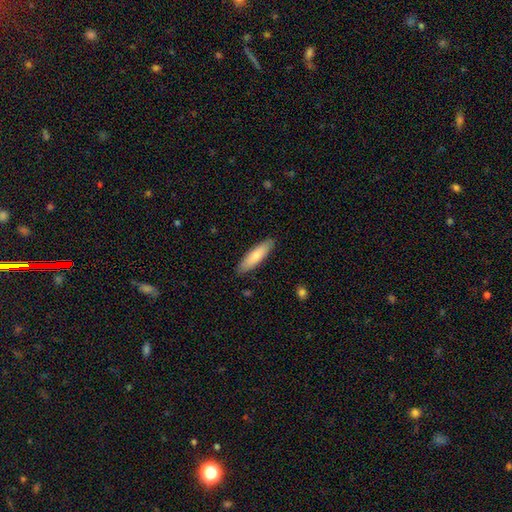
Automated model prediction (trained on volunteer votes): Q: Smooth or featured?
A: smooth (77%); runner-up: featured or disk (18%)
Q: How rounded?
A: cigar-shaped (64%); runner-up: in between (35%)
Q: Merging?
A: none (88%); runner-up: minor disturbance (9%)